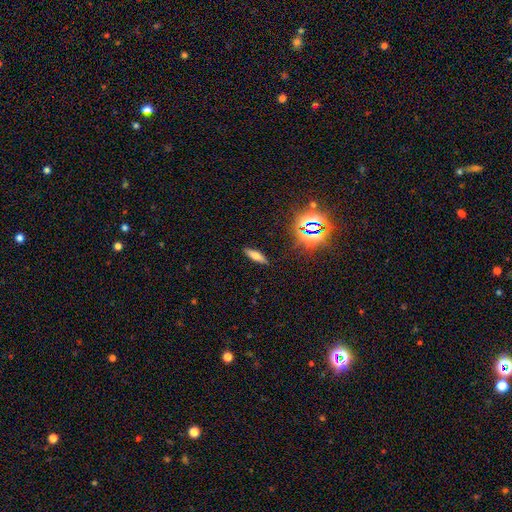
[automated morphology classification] This appears to be a smooth galaxy with no disk features (63%) that is cigar-shaped (53%). Merging: none (88%).